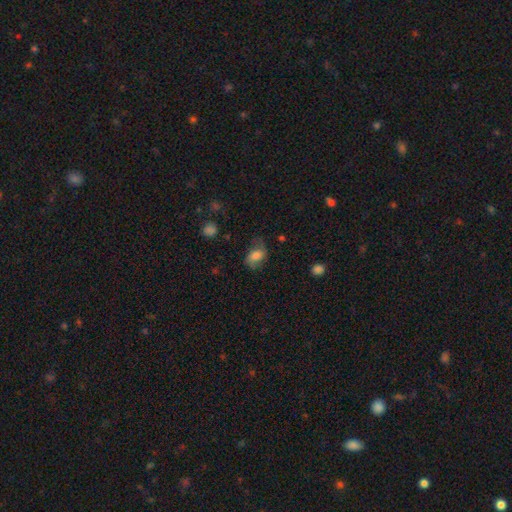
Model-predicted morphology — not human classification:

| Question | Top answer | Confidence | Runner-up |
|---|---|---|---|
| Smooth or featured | smooth | 66% | featured or disk (25%) |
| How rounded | in between | 78% | round (20%) |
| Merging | none | 57% | minor disturbance (27%) |